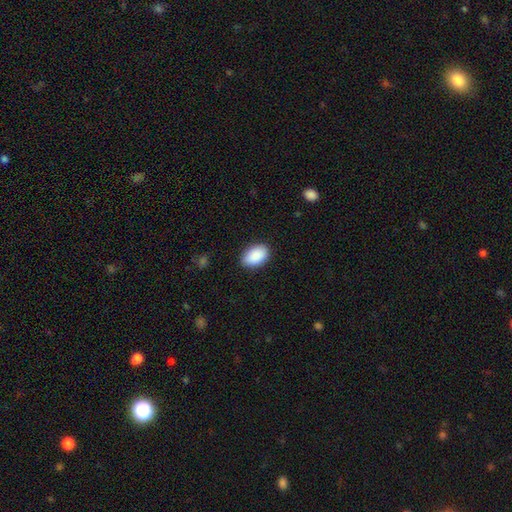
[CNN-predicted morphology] This appears to be a smooth galaxy with no disk features (90%) that is in between round and cigar-shaped (91%). Merging: none (87%).